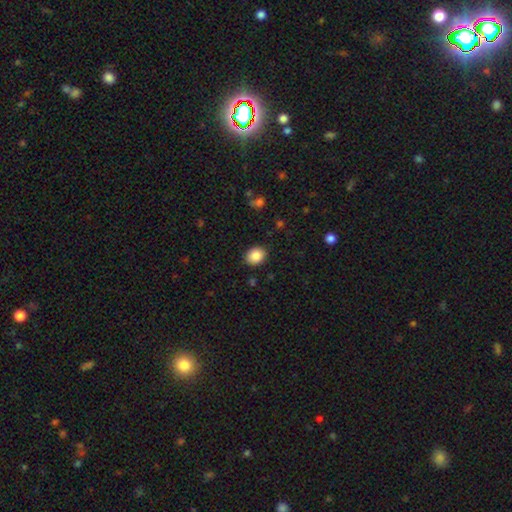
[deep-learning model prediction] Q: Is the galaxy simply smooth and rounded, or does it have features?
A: smooth — 87%.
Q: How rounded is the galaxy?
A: round — 53%.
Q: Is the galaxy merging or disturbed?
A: none — 88%.